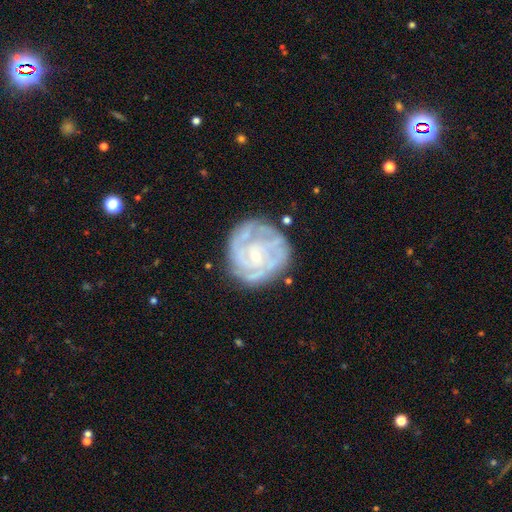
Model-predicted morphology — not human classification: featured or disk 83%, smooth 11%, star or artifact 6%. Down the decision tree: edge-on disk — no (98%); bar — no (65%); spiral arms — yes (92%); spiral arm count — can't tell (34%); spiral winding — tight (68%); bulge size — small (74%); merging — none (73%).